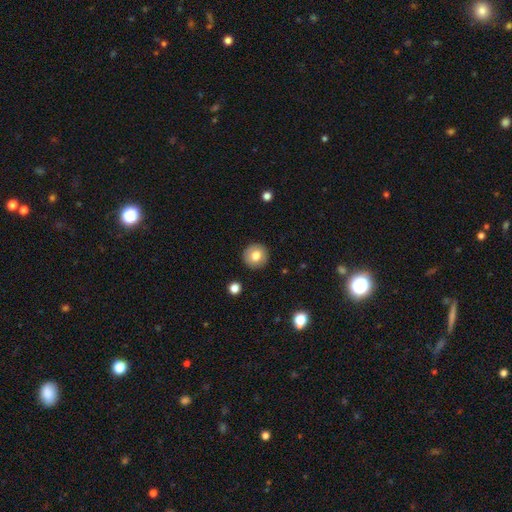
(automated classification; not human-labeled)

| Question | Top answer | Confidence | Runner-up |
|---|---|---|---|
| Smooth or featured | smooth | 79% | featured or disk (12%) |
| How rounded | round | 94% | in between (5%) |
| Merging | none | 92% | minor disturbance (5%) |